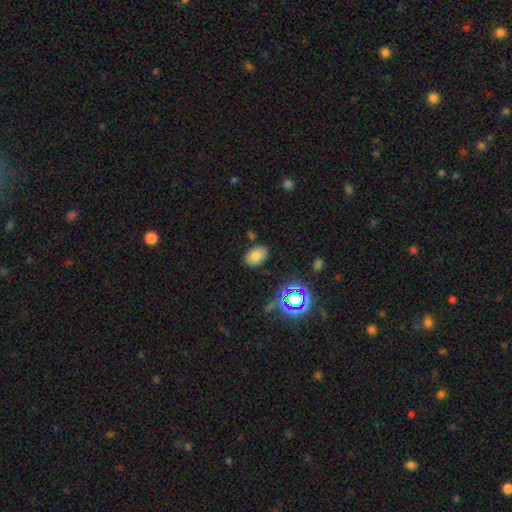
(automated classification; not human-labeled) This is likely a smooth galaxy (73%). How rounded: clearly in between (86%). Merging: clearly none (83%).